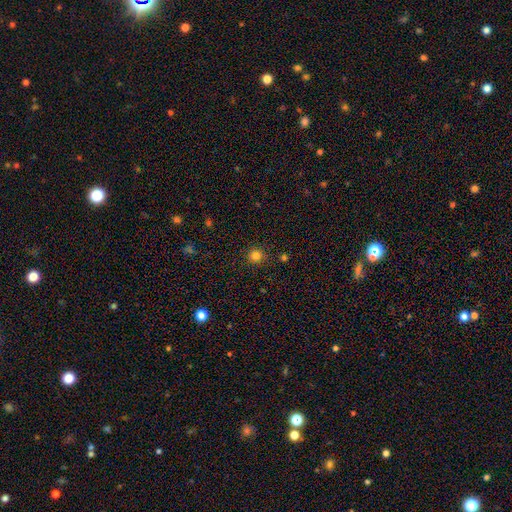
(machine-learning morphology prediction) The model was most divided on "smooth or featured": smooth: 81%, star or artifact: 15%, featured or disk: 4%. More confident: how rounded — round (93%); merging — none (89%).